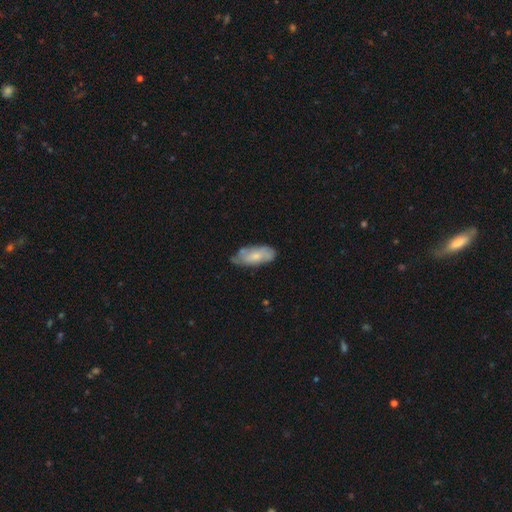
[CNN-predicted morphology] The model was most divided on "smooth or featured": smooth: 53%, featured or disk: 40%, star or artifact: 6%. More confident: how rounded — in between (83%); merging — none (57%).